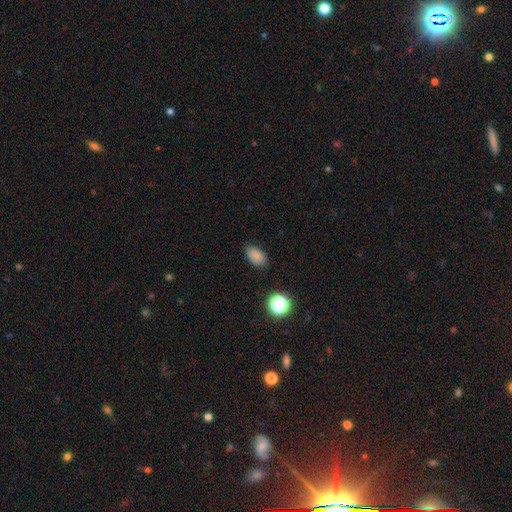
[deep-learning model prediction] This appears to be a smooth galaxy with no disk features (83%) that is in between round and cigar-shaped (87%). Merging: none (81%).